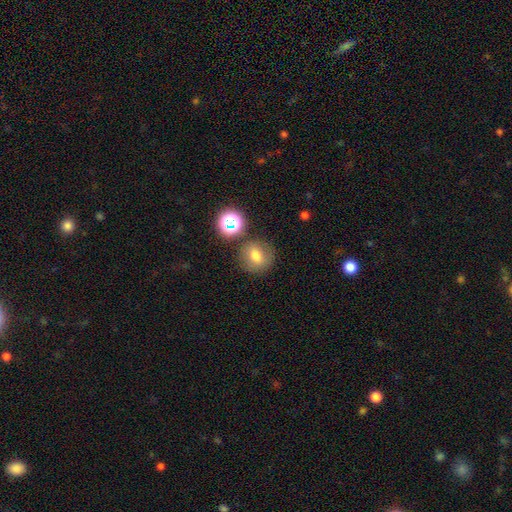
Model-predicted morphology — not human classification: smooth-or-featured: smooth: 69% | star or artifact: 15% | featured or disk: 15%
  how-rounded: round: 83% | in between: 16% | cigar-shaped: 1%
  merging: none: 78% | minor disturbance: 11% | merger: 6% | major disturbance: 4%